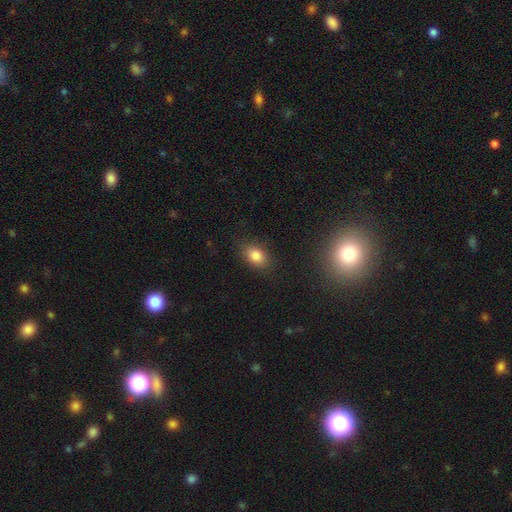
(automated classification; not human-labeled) Morphology: type=smooth (83%); roundness=in between (80%); merging=none (83%).